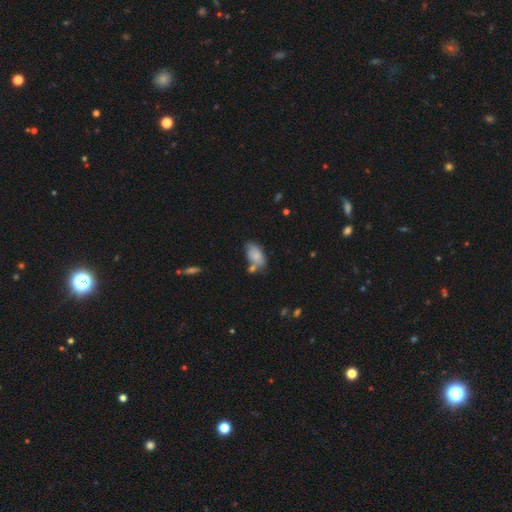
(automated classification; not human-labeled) Morphology: type=smooth (80%); roundness=in between (93%); merging=none (56%).